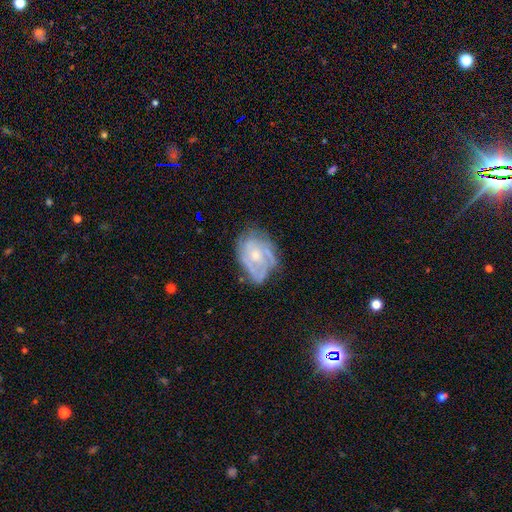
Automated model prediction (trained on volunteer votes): A featured or disk galaxy (73%) with no bar (74%), tight (55%) spiral arms (78%) and a small central bulge (55%). Merging: none (54%).